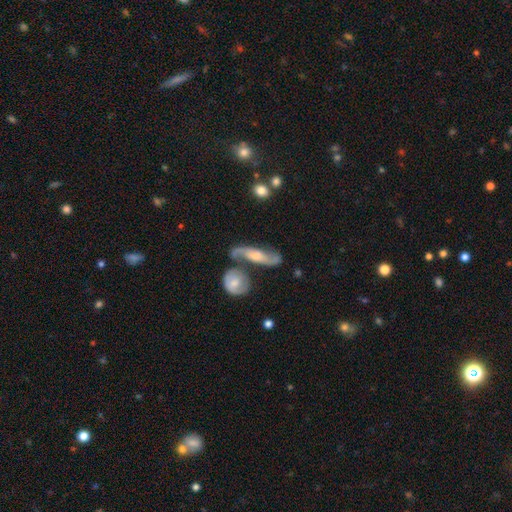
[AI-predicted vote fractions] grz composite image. It shows a featured or disk galaxy (74%) with no bar (47%), 2 (89%) loose (58%) spiral arms (92%) and a moderate central bulge (42%). Merging: none (51%).